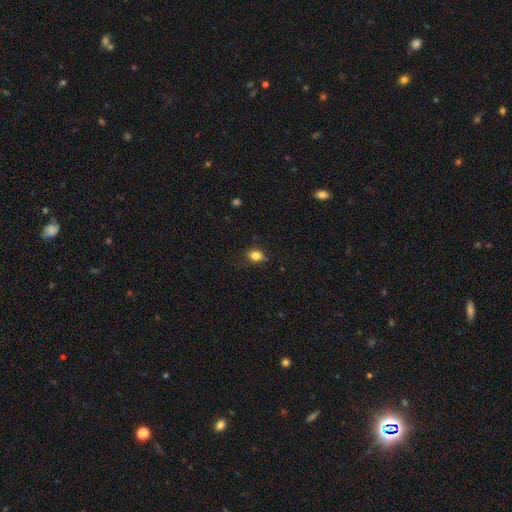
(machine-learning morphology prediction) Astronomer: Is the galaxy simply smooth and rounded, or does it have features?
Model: smooth — 83%.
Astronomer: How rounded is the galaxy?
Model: in between — 53% (runner-up: round, 46%).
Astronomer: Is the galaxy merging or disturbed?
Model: none — 77%.